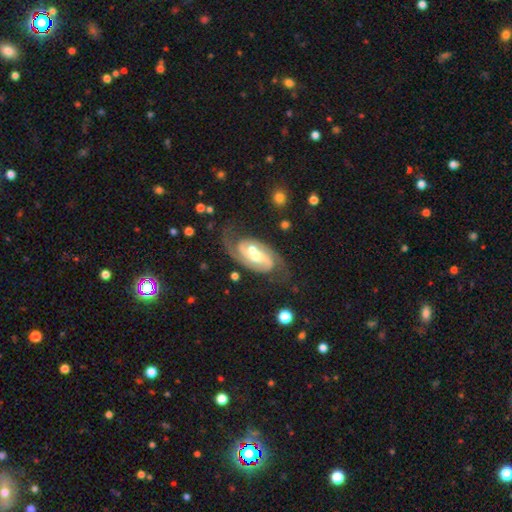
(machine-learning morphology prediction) Smooth or featured? featured or disk (89%)
Edge-on disk? no (96%)
Bar? weak (39%)
Spiral arms? yes (97%)
Spiral winding? medium (47%)
Spiral arm count? 2 (90%)
Bulge size? moderate (60%)
Merging? none (63%)